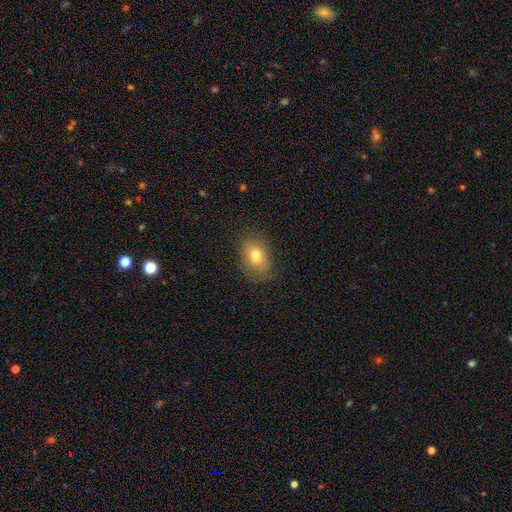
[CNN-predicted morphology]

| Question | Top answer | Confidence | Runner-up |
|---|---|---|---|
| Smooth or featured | smooth | 75% | featured or disk (14%) |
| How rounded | in between | 74% | round (25%) |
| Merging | none | 81% | minor disturbance (14%) |